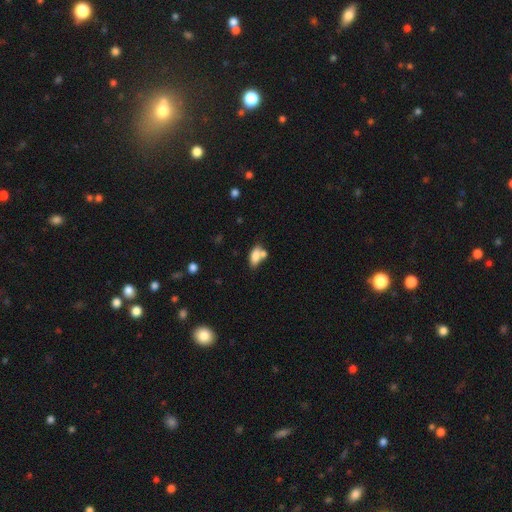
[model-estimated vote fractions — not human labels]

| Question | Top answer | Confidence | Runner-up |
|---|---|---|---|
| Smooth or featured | smooth | 77% | featured or disk (15%) |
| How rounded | in between | 86% | cigar-shaped (9%) |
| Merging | none | 42% | merger (38%) |